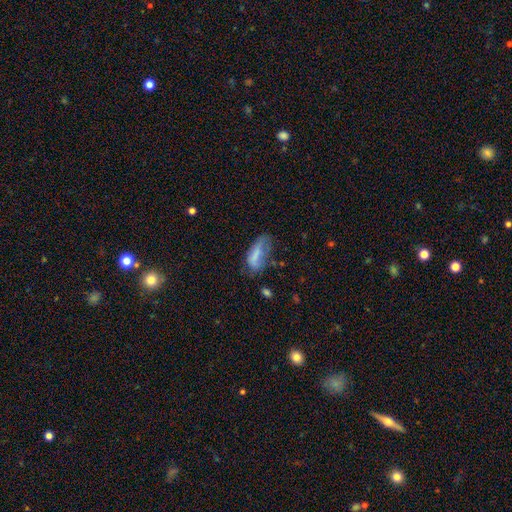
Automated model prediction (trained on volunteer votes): smooth 69%, featured or disk 22%, star or artifact 9%. Down the decision tree: how rounded — in between (82%); merging — minor disturbance (34%).